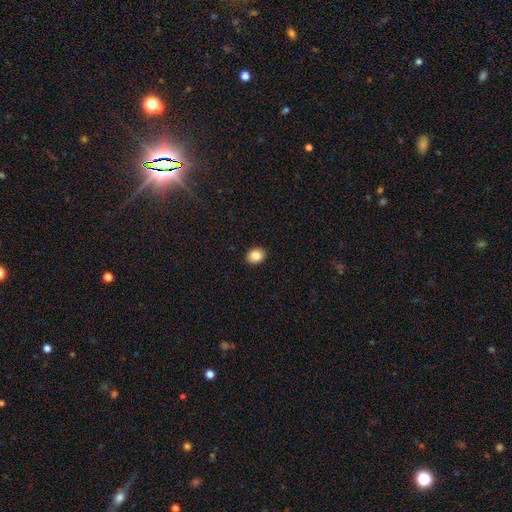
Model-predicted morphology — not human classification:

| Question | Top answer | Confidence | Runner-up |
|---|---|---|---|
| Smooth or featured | smooth | 84% | star or artifact (9%) |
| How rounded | round | 55% | in between (45%) |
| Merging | none | 92% | minor disturbance (6%) |